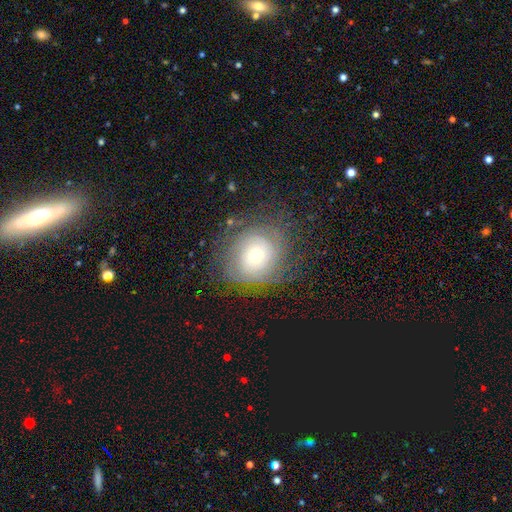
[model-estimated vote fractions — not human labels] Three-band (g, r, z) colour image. It shows a featured or disk galaxy (58%) with no bar (81%), spiral arms (79%) and a small central bulge (48%). Merging: none (69%).